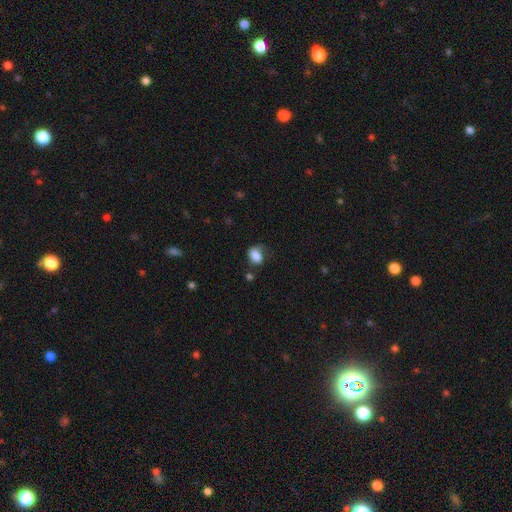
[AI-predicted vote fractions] A smooth galaxy with no disk features (80%) that is in between round and cigar-shaped (74%).

Vote fractions:
- Smooth or featured? smooth: 80% / featured or disk: 11% / star or artifact: 9%
- How rounded? in between: 74% / round: 24% / cigar-shaped: 1%
- Merging? none: 46% / minor disturbance: 31% / major disturbance: 19% / merger: 4%